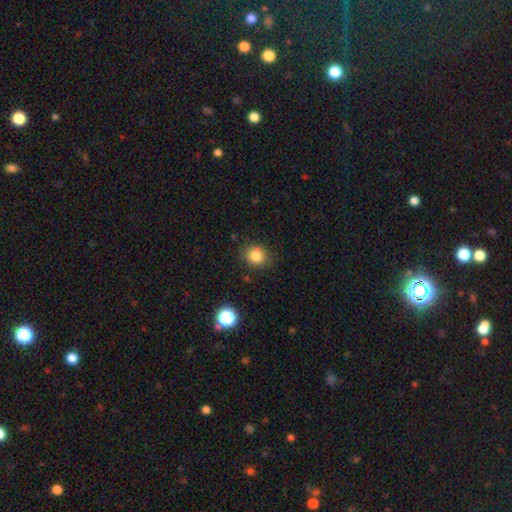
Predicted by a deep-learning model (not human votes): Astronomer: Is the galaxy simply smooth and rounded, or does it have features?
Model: smooth — 84%.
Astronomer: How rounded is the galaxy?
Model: round — 81%.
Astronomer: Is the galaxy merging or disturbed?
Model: none — 85%.